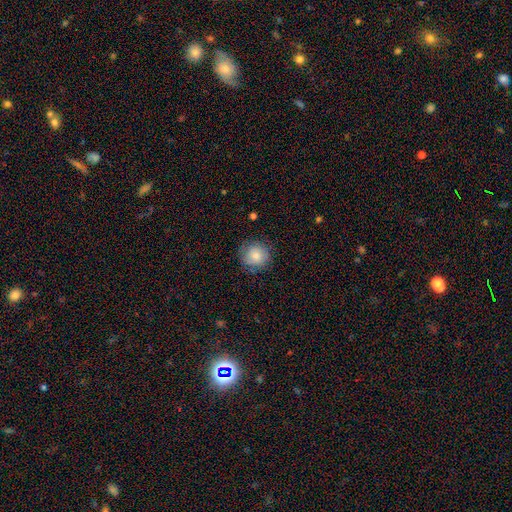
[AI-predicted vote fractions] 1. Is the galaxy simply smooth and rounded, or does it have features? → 82% smooth, 10% featured or disk, 8% star or artifact.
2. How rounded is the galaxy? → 92% round, 7% in between, 1% cigar-shaped.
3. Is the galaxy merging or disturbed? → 81% none, 14% minor disturbance, 4% major disturbance, 1% merger.